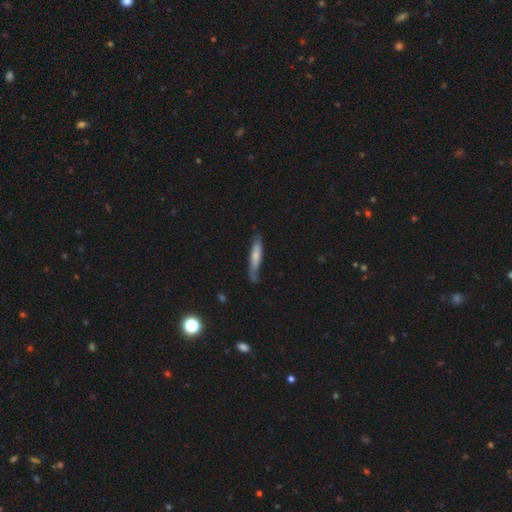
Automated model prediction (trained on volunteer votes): Smooth or featured? smooth (64%)
How rounded? cigar-shaped (85%)
Merging? none (66%)